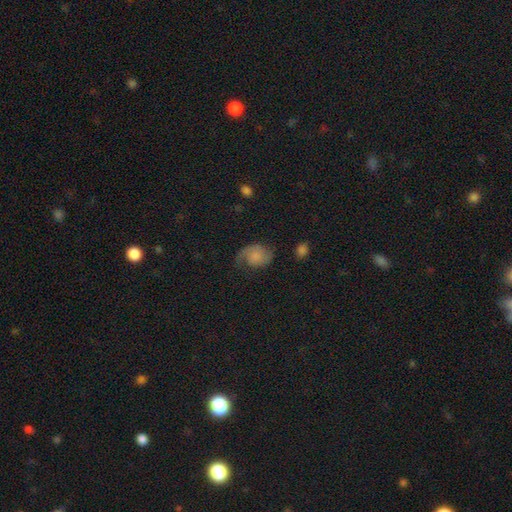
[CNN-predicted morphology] Smooth or featured? featured or disk (52%)
Edge-on disk? no (97%)
Bar? no (74%)
Spiral arms? yes (90%)
Bulge size? small (42%)
Merging? none (51%)